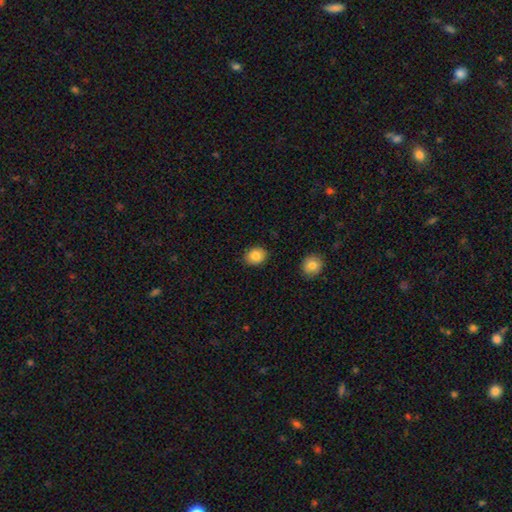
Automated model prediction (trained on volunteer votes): A smooth galaxy with no disk features (85%) that is round (57%).

Vote fractions:
- Smooth or featured? smooth: 85% / star or artifact: 9% / featured or disk: 6%
- How rounded? round: 57% / in between: 42% / cigar-shaped: 1%
- Merging? none: 88% / minor disturbance: 9% / major disturbance: 2% / merger: 1%